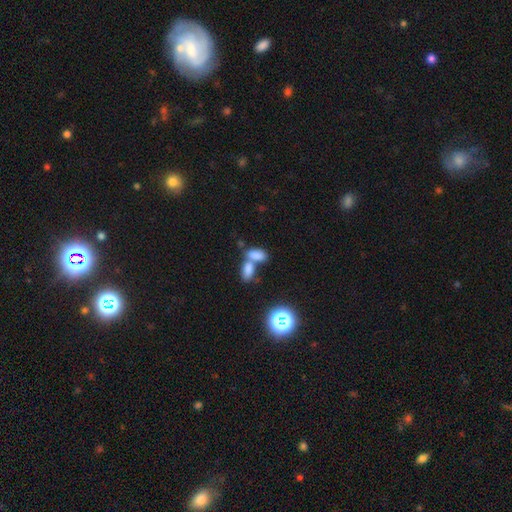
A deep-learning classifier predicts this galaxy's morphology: The model was most divided on "merging": merger: 63%, none: 26%, minor disturbance: 7%, major disturbance: 4%. More confident: how rounded — in between (90%); smooth or featured — smooth (78%).